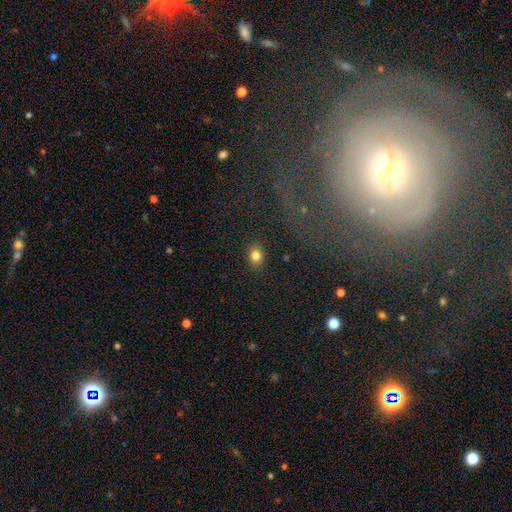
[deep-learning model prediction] Overall: smooth (82%). How rounded: in between (59%; round 40%). Merging: none (88%).